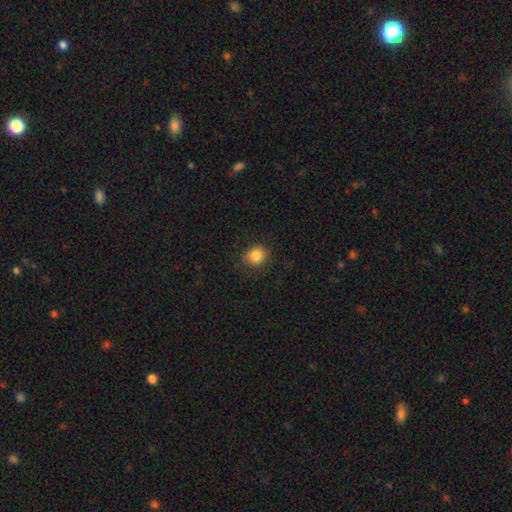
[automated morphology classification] Overall: smooth (85%). How rounded: round (72%). Merging: none (85%).